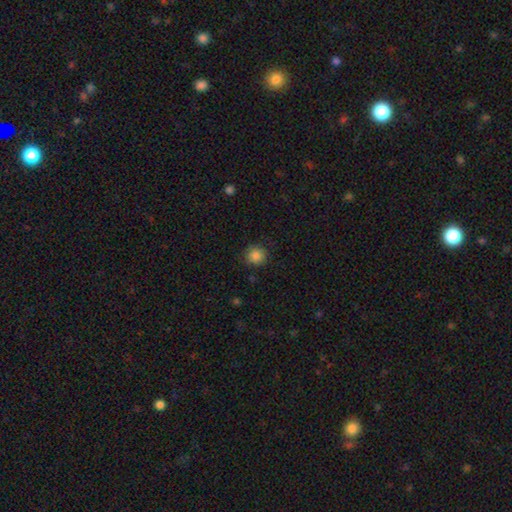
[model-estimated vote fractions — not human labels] The model was most divided on "smooth or featured": smooth: 86%, star or artifact: 11%, featured or disk: 4%. More confident: how rounded — round (92%); merging — none (87%).